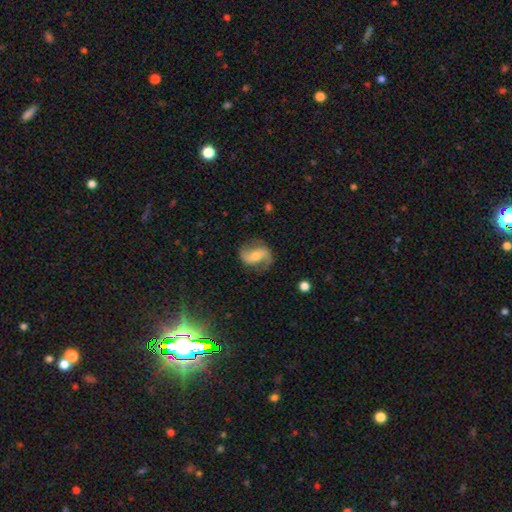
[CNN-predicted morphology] The model was most divided on "bar": weak: 40%, no: 33%, strong: 27%. More confident: edge-on disk — no (97%); spiral arms — yes (95%); spiral arm count — 2 (90%); smooth or featured — featured or disk (82%); merging — none (76%); bulge size — moderate (52%); spiral winding — loose (52%).